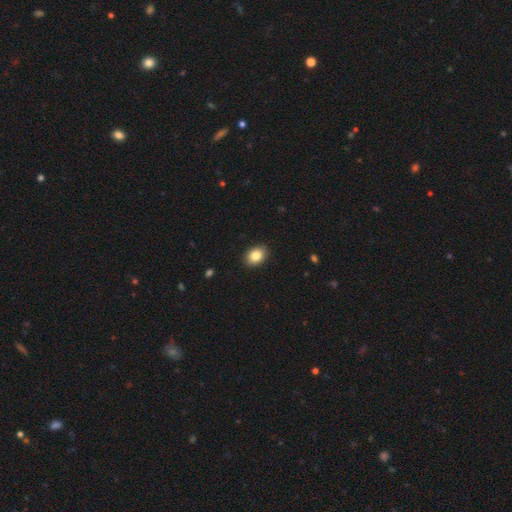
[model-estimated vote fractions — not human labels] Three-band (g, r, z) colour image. It shows a smooth galaxy with no disk features (85%) that is in between round and cigar-shaped (76%). Merging: none (89%).